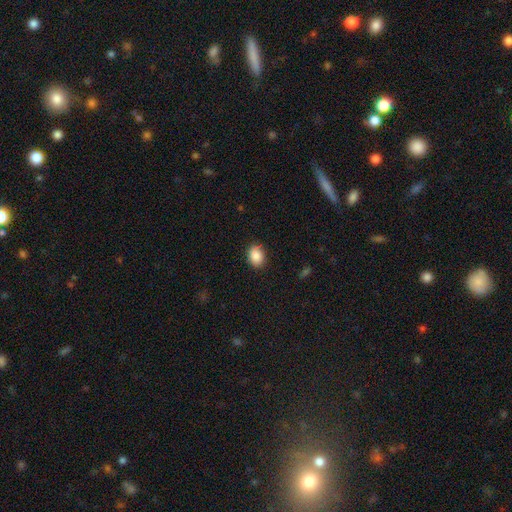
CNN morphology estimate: type=smooth (88%); roundness=in between (63%); merging=none (85%).